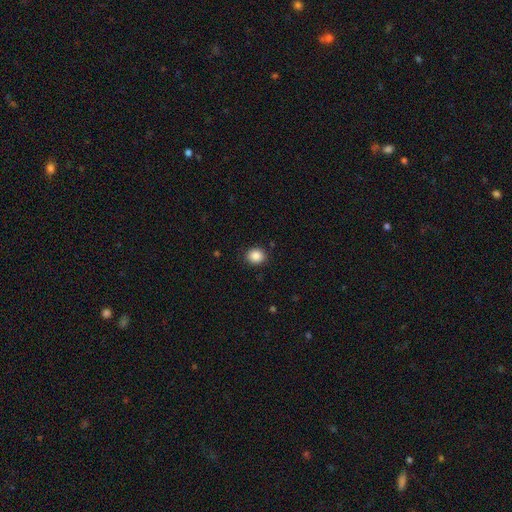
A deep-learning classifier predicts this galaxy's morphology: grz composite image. It shows a smooth galaxy with no disk features (87%) that is round (74%). Merging: none (89%).